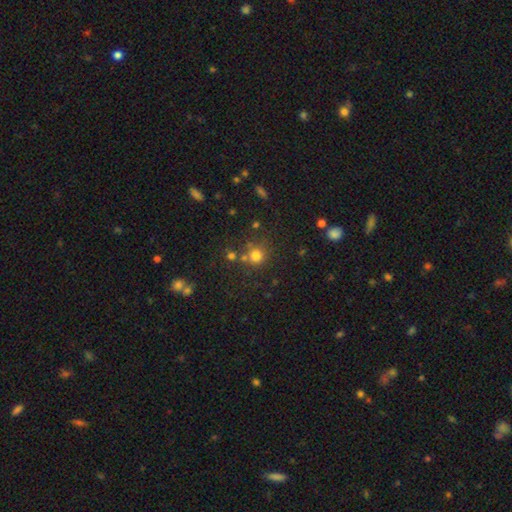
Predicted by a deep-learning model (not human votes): smooth_or_featured: smooth (p=0.75) [alt: star or artifact p=0.17]
how_rounded: round (p=0.89) [alt: in between p=0.10]
merging: none (p=0.66) [alt: merger p=0.18]